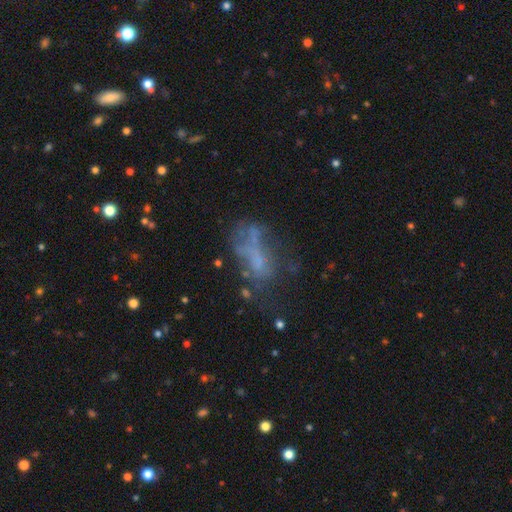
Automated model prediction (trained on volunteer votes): smooth_or_featured: featured or disk (p=0.43) [alt: smooth p=0.36]
merging: none (p=0.35) [alt: major disturbance p=0.34]